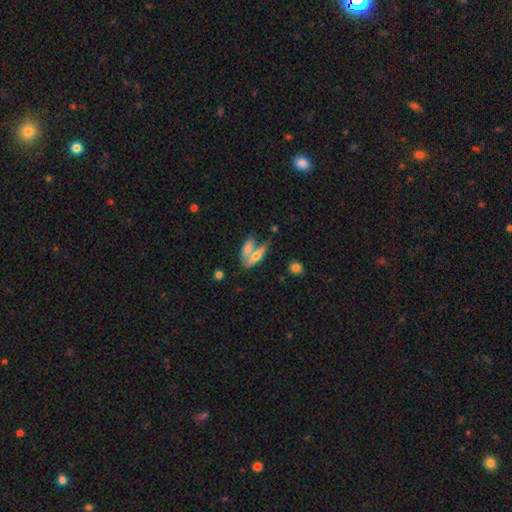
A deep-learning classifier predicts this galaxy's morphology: Smooth or featured: smooth — 57% (featured or disk — 36%)
How rounded: in between — 57% (cigar-shaped — 39%)
Merging: merger — 53% (none — 32%)